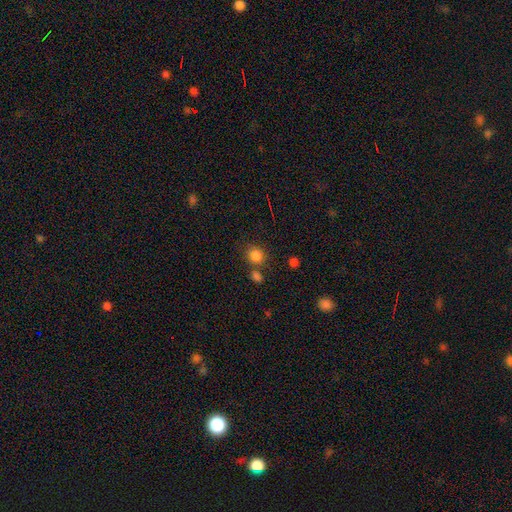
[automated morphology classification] The model was most divided on "merging": none: 68%, merger: 18%, minor disturbance: 11%, major disturbance: 4%. More confident: smooth or featured — smooth (82%); how rounded — round (79%).